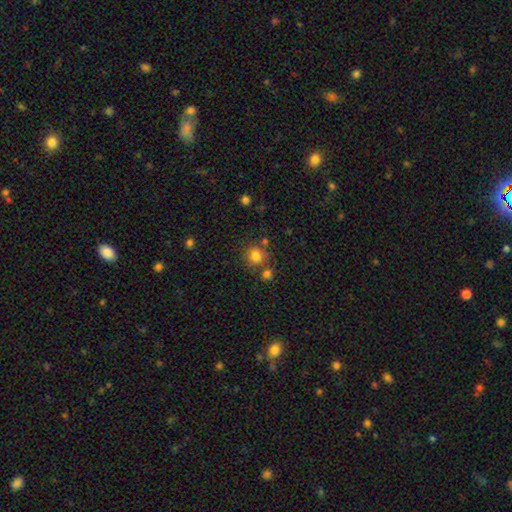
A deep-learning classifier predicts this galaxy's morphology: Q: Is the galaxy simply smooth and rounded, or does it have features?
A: smooth — 80%.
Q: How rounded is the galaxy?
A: round — 90%.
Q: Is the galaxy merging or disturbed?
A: none — 71%.